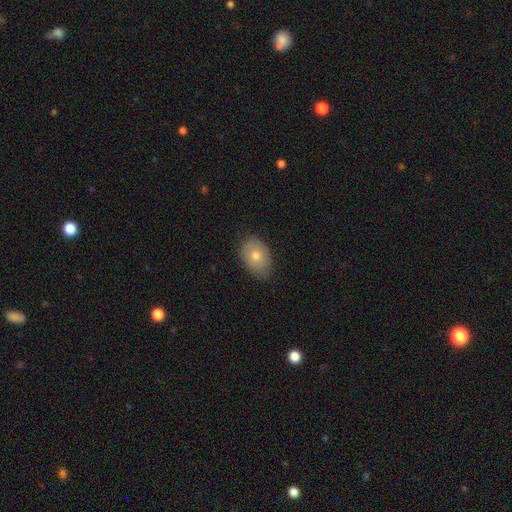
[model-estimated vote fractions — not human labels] This appears to be a smooth galaxy with no disk features (74%) that is in between round and cigar-shaped (82%). Merging: none (83%).